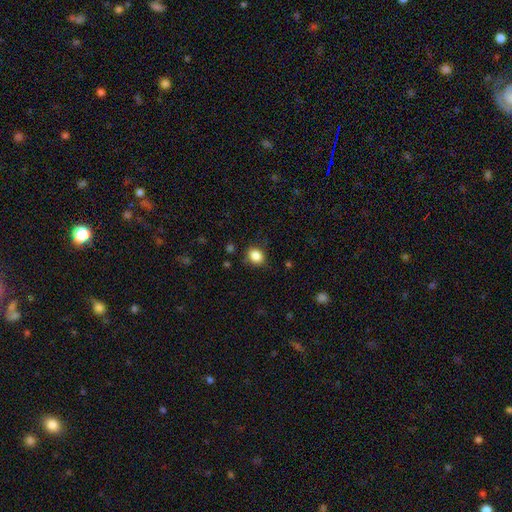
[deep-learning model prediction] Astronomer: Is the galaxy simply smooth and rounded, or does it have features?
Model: smooth — 85%.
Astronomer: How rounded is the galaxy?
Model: round — 60% (runner-up: in between, 39%).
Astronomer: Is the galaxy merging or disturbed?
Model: none — 80%.